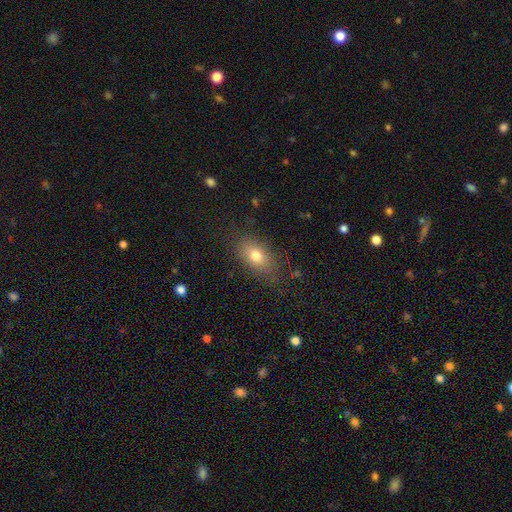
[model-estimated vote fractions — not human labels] This is likely a smooth galaxy (76%). How rounded: clearly in between (83%). Merging: likely none (77%).